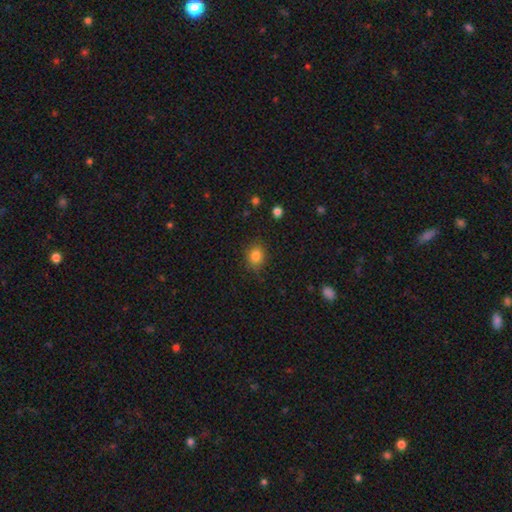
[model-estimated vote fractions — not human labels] Overall: smooth (82%). How rounded: round (64%; in between 35%). Merging: none (80%).